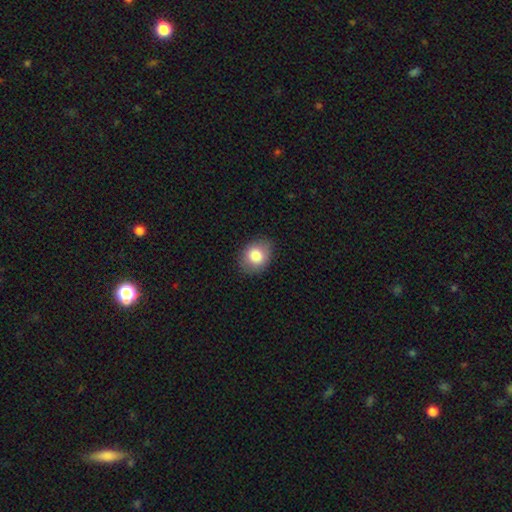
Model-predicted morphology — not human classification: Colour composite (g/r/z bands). It shows a smooth galaxy with no disk features (83%) that is in between round and cigar-shaped (60%). Merging: none (84%).